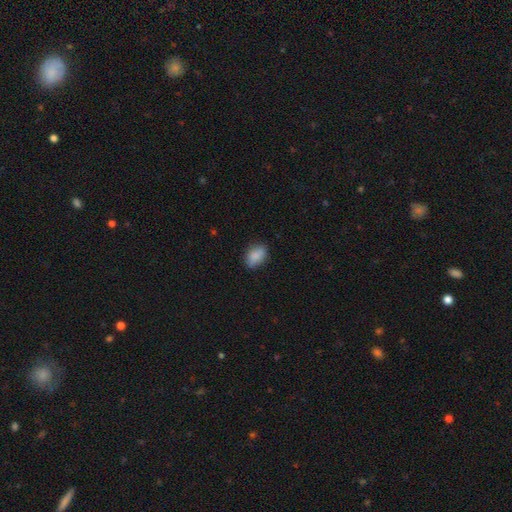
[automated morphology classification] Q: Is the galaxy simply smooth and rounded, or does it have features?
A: smooth — 86%.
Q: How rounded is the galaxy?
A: in between — 86%.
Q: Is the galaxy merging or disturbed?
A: none — 79%.